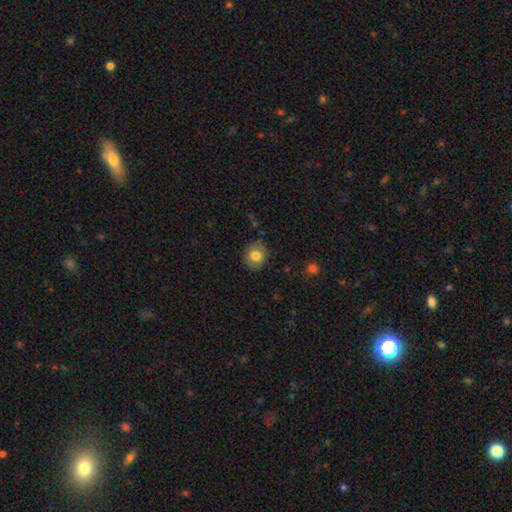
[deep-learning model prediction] Q: Smooth or featured?
A: smooth (78%); runner-up: featured or disk (13%)
Q: How rounded?
A: round (77%); runner-up: in between (22%)
Q: Merging?
A: none (82%); runner-up: minor disturbance (14%)